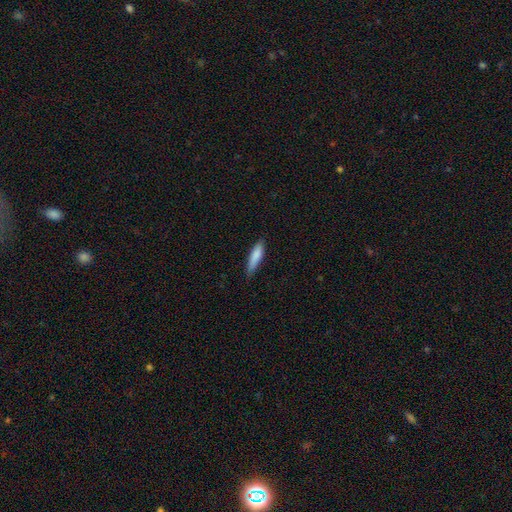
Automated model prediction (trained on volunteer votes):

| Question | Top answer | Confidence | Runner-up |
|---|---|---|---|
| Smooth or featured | smooth | 82% | featured or disk (12%) |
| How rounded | cigar-shaped | 71% | in between (27%) |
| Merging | none | 78% | minor disturbance (19%) |